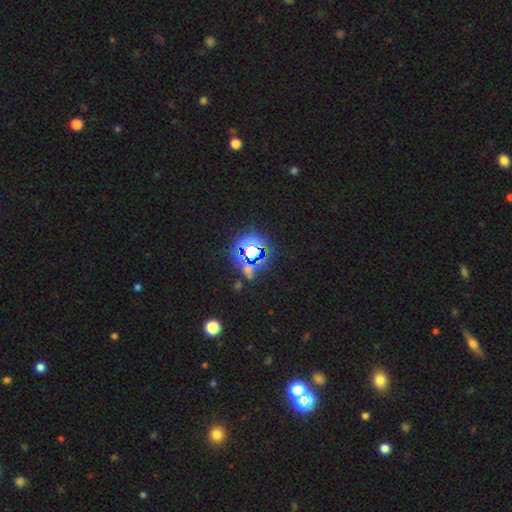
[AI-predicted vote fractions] Smooth or featured: star or artifact — 73% (smooth — 17%)